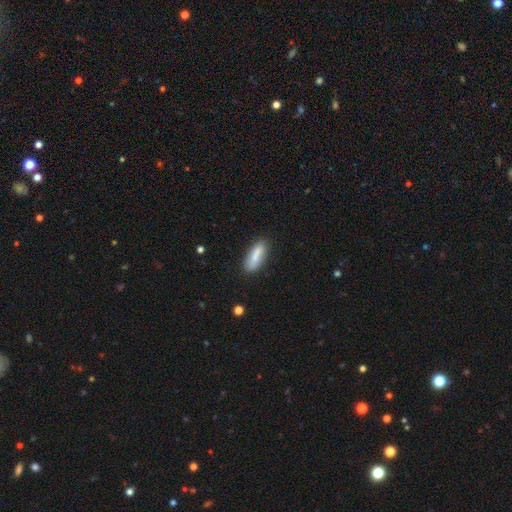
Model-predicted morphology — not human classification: Q: Smooth or featured?
A: smooth (77%); runner-up: featured or disk (17%)
Q: How rounded?
A: in between (58%); runner-up: cigar-shaped (40%)
Q: Merging?
A: none (83%); runner-up: minor disturbance (13%)